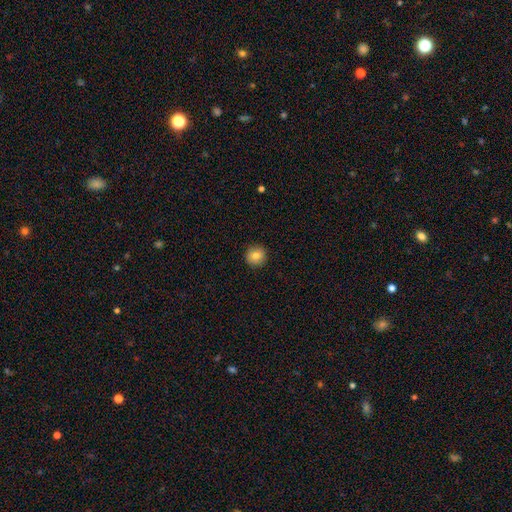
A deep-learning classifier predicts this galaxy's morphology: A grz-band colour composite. It shows a smooth galaxy with no disk features (81%) that is round (94%). Merging: none (91%).